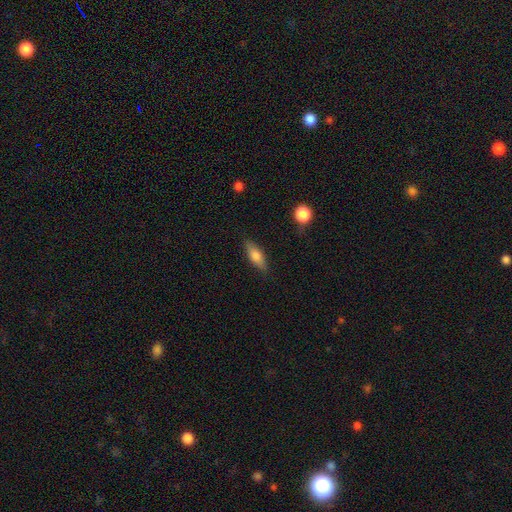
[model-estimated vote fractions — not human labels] Morphology: type=smooth (72%); roundness=in between (60%); merging=none (83%).